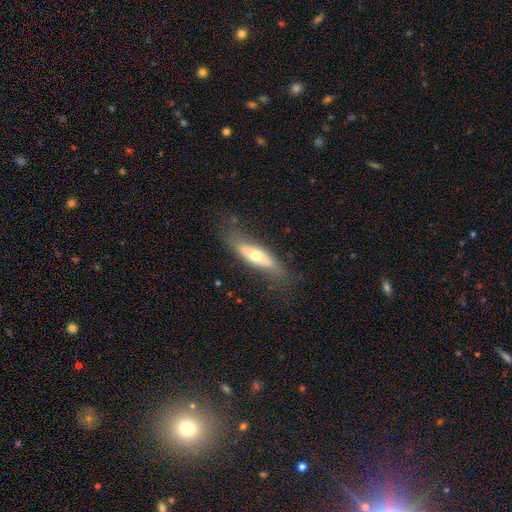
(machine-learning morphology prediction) Smooth or featured?
  - smooth: 53% *
  - featured or disk: 40%
  - star or artifact: 6%
How rounded?
  - cigar-shaped: 54% *
  - in between: 44%
  - round: 2%
Merging?
  - none: 71% *
  - minor disturbance: 20%
  - major disturbance: 8%
  - merger: 2%